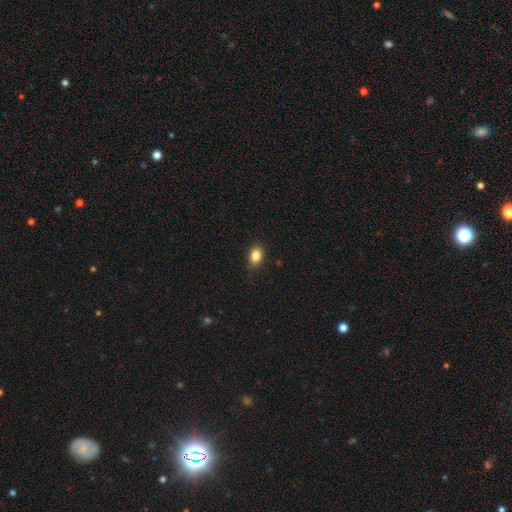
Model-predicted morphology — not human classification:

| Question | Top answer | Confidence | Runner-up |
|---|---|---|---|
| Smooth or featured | smooth | 86% | star or artifact (9%) |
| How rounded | in between | 73% | round (25%) |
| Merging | none | 81% | minor disturbance (15%) |